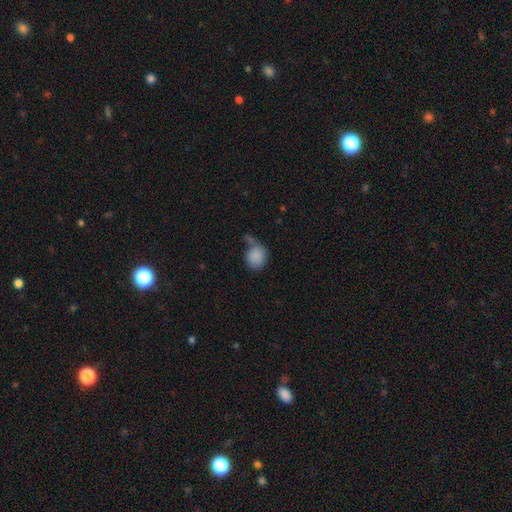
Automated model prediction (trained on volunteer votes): smooth 86%, star or artifact 8%, featured or disk 6%. Down the decision tree: how rounded — round (69%); merging — none (42%).